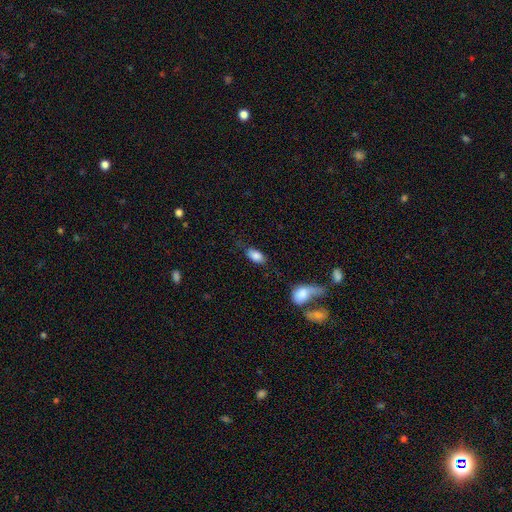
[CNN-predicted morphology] Smooth or featured? smooth (85%)
How rounded? in between (91%)
Merging? none (69%)